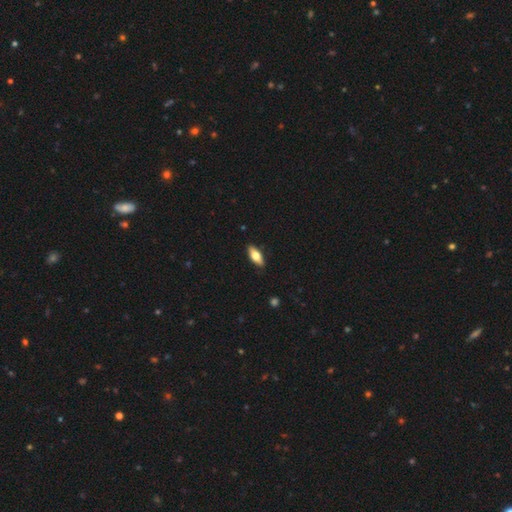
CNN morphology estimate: Smooth or featured? Predicted: smooth (p=0.63). How rounded? Predicted: in between (p=0.75). Merging? Predicted: none (p=0.89).